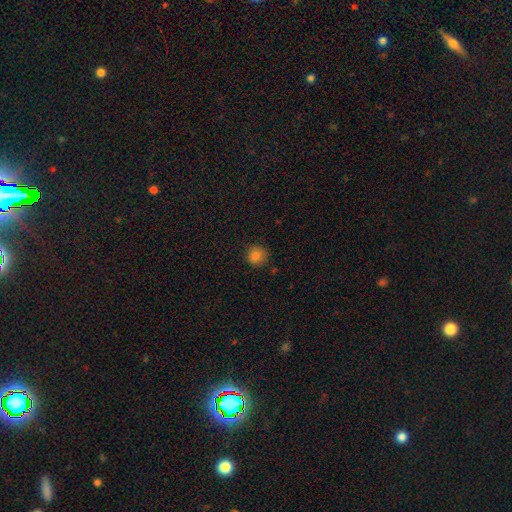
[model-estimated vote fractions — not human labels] Q: Smooth or featured?
A: smooth (83%); runner-up: star or artifact (12%)
Q: How rounded?
A: round (89%); runner-up: in between (10%)
Q: Merging?
A: none (83%); runner-up: minor disturbance (13%)